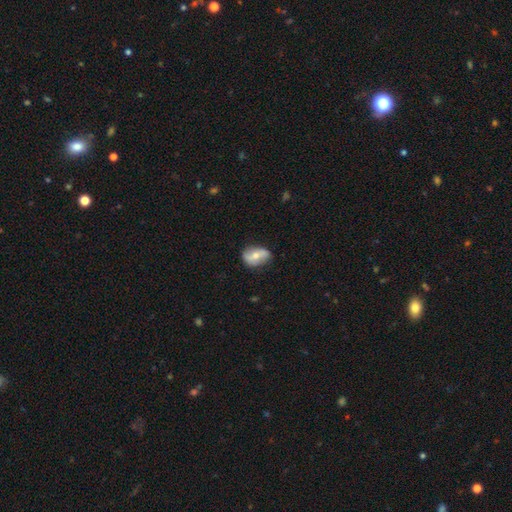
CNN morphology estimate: The model was most divided on "smooth or featured": featured or disk: 49%, smooth: 44%, star or artifact: 7%. More confident: merging — none (71%).